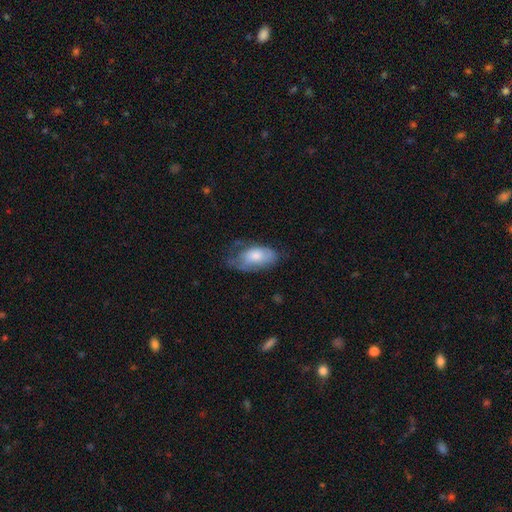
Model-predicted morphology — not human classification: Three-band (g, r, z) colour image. It shows a smooth galaxy with no disk features (70%) that is in between round and cigar-shaped (93%). Merging: none (43%).